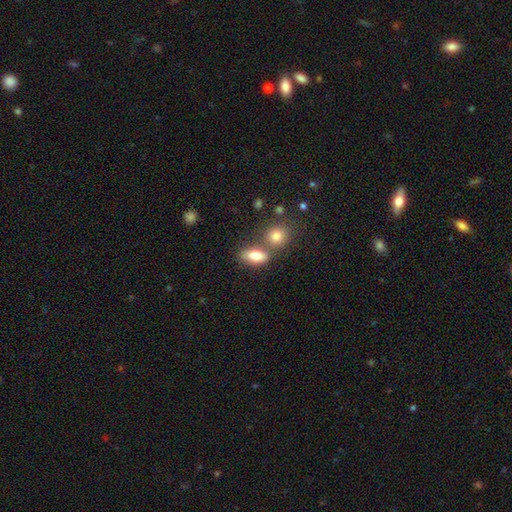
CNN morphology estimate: Smooth or featured: smooth — 78% (featured or disk — 14%)
How rounded: in between — 78% (round — 11%)
Merging: none — 59% (merger — 26%)